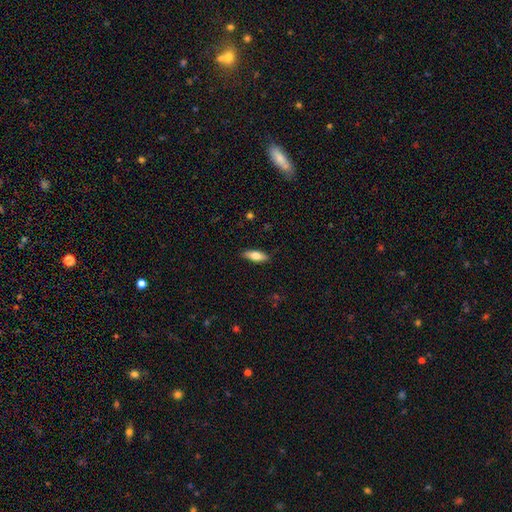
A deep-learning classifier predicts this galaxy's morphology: Q: Smooth or featured?
A: smooth (72%); runner-up: featured or disk (22%)
Q: How rounded?
A: in between (66%); runner-up: cigar-shaped (32%)
Q: Merging?
A: none (88%); runner-up: minor disturbance (9%)